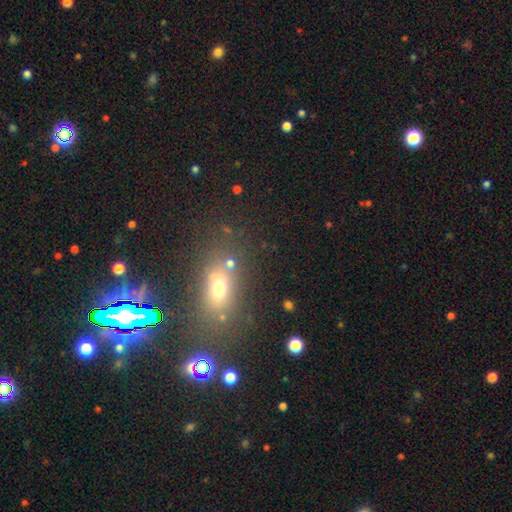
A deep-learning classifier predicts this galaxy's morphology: smooth_or_featured: star or artifact (p=0.44) [alt: smooth p=0.40]